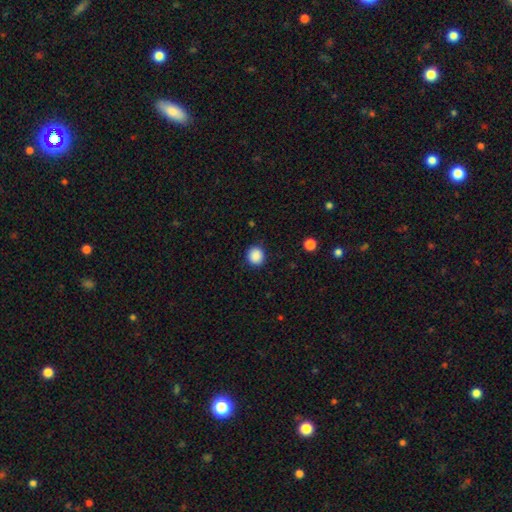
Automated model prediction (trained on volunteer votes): A smooth galaxy with no disk features (88%) that is round (87%). Merging: none (89%).